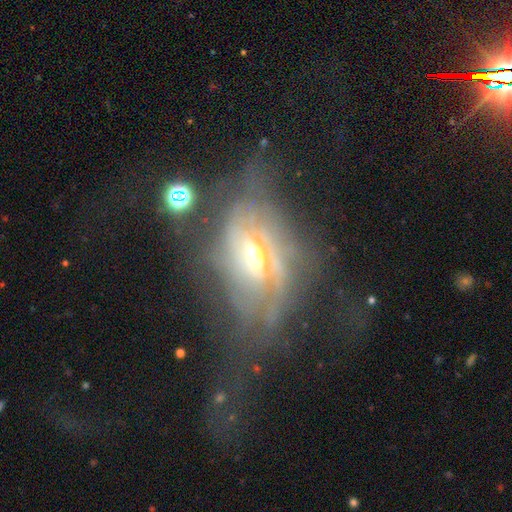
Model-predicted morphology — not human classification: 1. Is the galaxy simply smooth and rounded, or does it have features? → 73% featured or disk, 17% smooth, 11% star or artifact.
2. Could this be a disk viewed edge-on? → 80% no, 20% yes.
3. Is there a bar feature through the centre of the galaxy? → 57% no, 29% weak, 14% strong.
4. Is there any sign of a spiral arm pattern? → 50% no (tied), 50% yes (tied).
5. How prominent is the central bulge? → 66% moderate, 17% small, 13% large, 2% dominant, 2% none.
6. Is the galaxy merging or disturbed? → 44% major disturbance, 31% none, 21% minor disturbance, 5% merger.